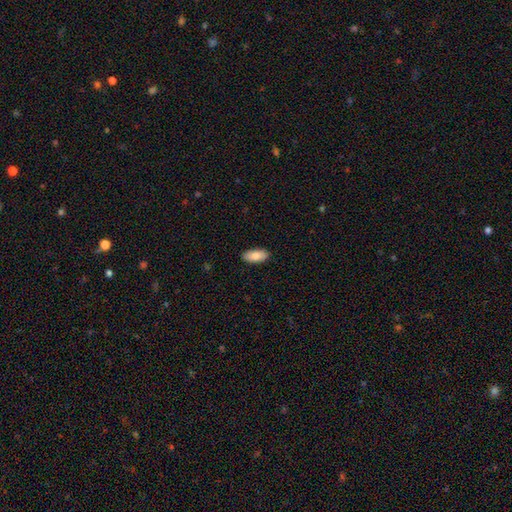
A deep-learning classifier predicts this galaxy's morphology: smooth-or-featured: smooth: 86% | featured or disk: 8% | star or artifact: 6%
  how-rounded: in between: 89% | cigar-shaped: 9% | round: 2%
  merging: none: 90% | minor disturbance: 8% | major disturbance: 2% | merger: 1%